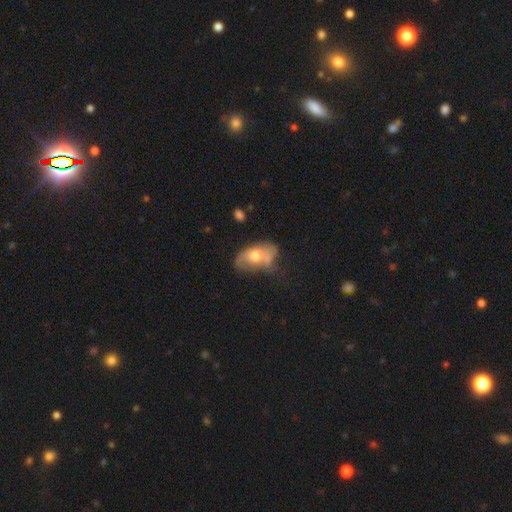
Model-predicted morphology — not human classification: A smooth galaxy with no disk features (48%). Merging: none (37%).